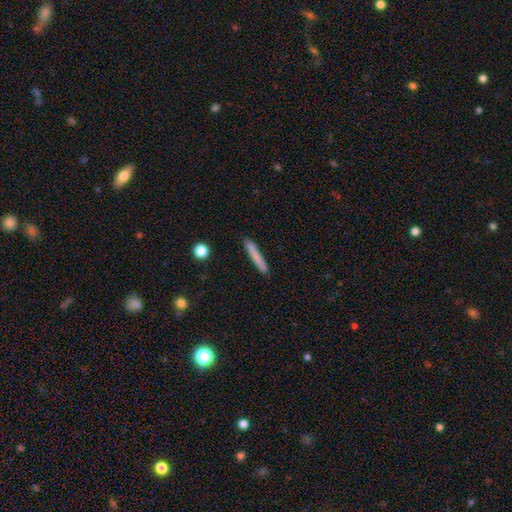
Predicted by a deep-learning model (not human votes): Smooth or featured? smooth (77%)
How rounded? cigar-shaped (96%)
Merging? none (89%)